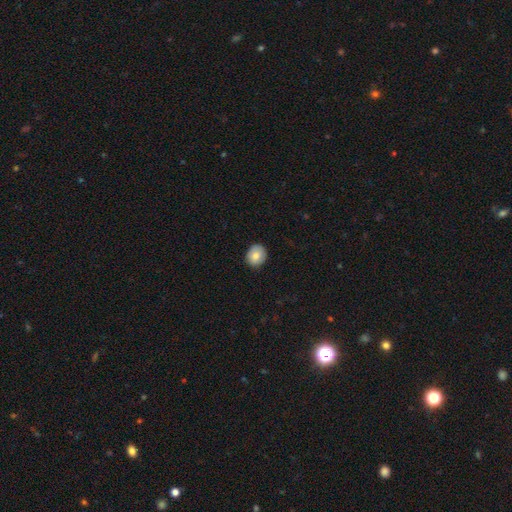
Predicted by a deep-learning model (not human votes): Smooth or featured? smooth (77%)
How rounded? round (73%)
Merging? none (86%)